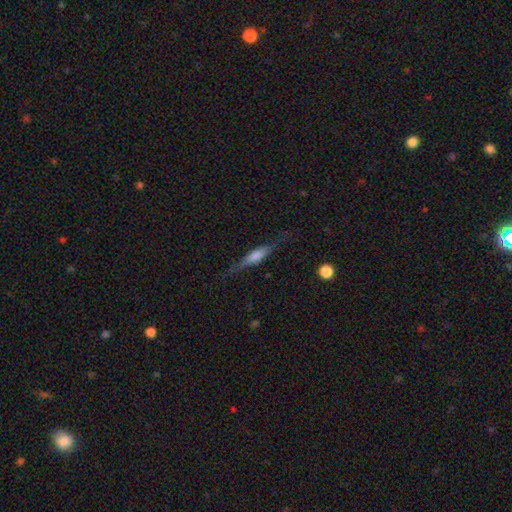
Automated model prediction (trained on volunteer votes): This is likely a featured or disk galaxy (61%). It is clearly viewed edge-on (94%). Edge-on bulge: likely rounded (62%). Merging: likely none (78%).